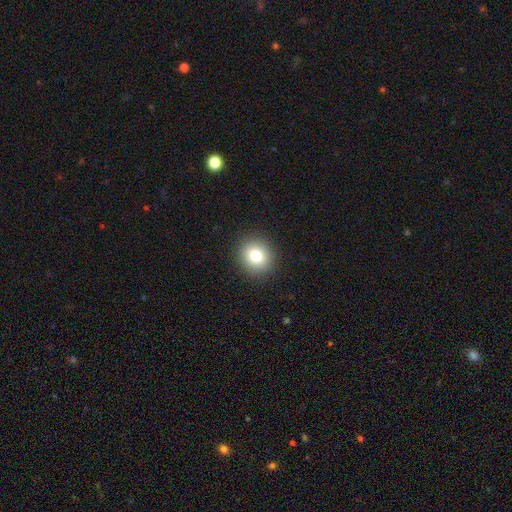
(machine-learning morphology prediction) Smooth or featured?
  - smooth: 80% *
  - star or artifact: 11%
  - featured or disk: 8%
How rounded?
  - round: 85% *
  - in between: 14%
  - cigar-shaped: 1%
Merging?
  - none: 91% *
  - minor disturbance: 6%
  - major disturbance: 2%
  - merger: 1%